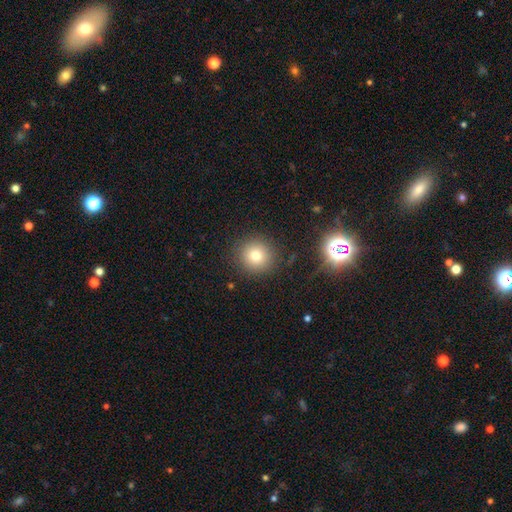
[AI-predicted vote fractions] smooth 76%, star or artifact 15%, featured or disk 9%. Down the decision tree: how rounded — round (93%); merging — none (88%).